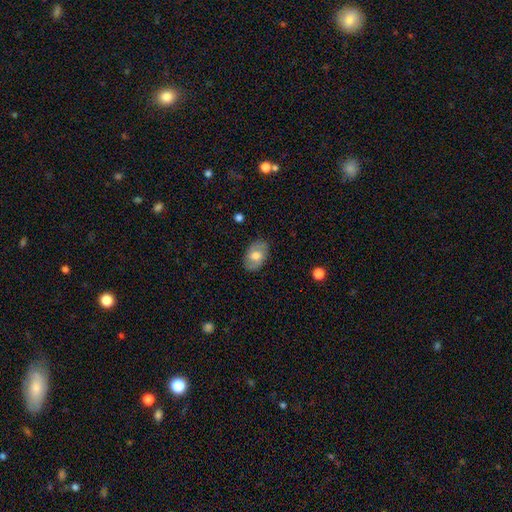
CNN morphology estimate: Q: Smooth or featured?
A: smooth (59%); runner-up: featured or disk (34%)
Q: How rounded?
A: in between (88%); runner-up: round (11%)
Q: Merging?
A: none (83%); runner-up: minor disturbance (13%)